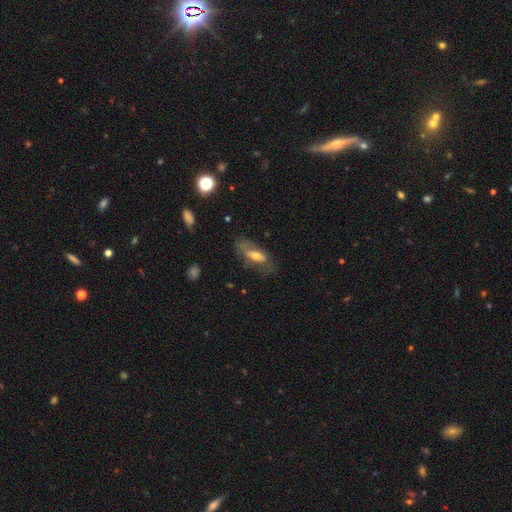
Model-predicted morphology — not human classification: A featured or disk galaxy (52%).

Vote fractions:
- Smooth or featured? featured or disk: 52% / smooth: 40% / star or artifact: 8%
- Edge-on disk? no: 74% / yes: 26%
- Merging? none: 59% / minor disturbance: 23% / major disturbance: 15% / merger: 3%